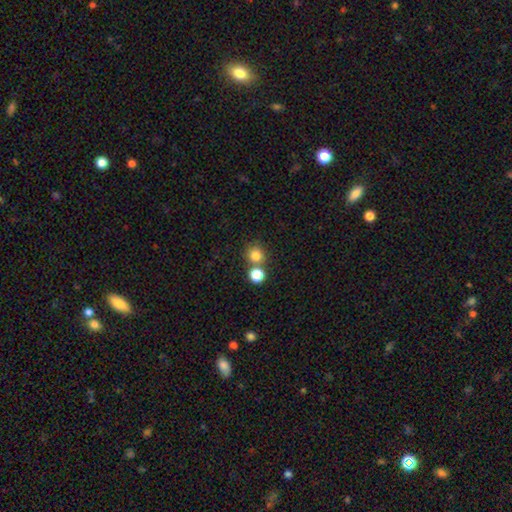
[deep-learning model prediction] This appears to be a smooth galaxy with no disk features (80%) that is round (91%). Merging: none (65%).